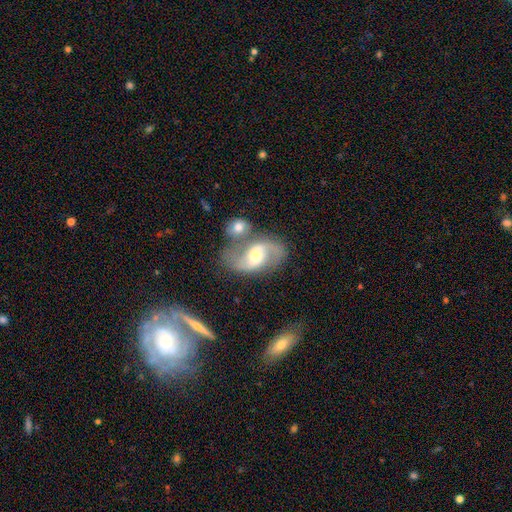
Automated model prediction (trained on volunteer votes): The model was most divided on "bar": weak: 41%, no: 40%, strong: 18%. Remaining: edge-on disk — no (96%); spiral arms — yes (93%); spiral arm count — 2 (91%); smooth or featured — featured or disk (81%); bulge size — moderate (65%); spiral winding — loose (50%); merging — none (49%).